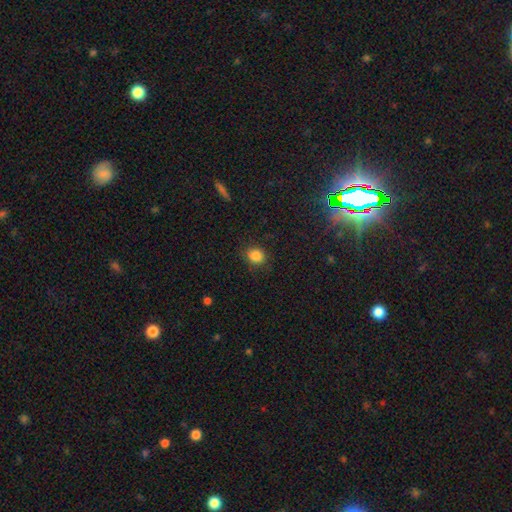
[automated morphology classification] smooth 84%, star or artifact 11%, featured or disk 4%. Down the decision tree: how rounded — round (76%); merging — none (84%).